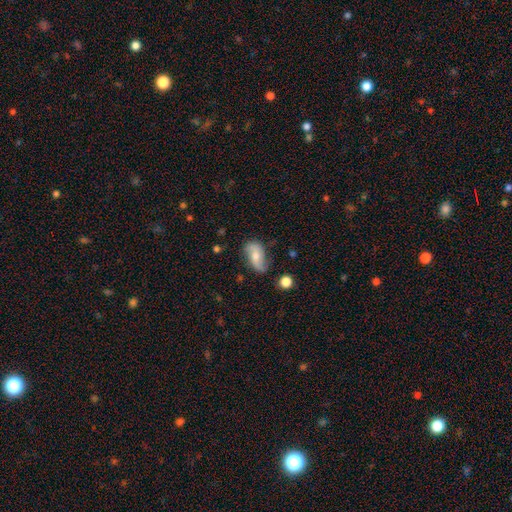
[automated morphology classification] This is possibly a featured or disk galaxy (48%). Merging: likely none (64%).